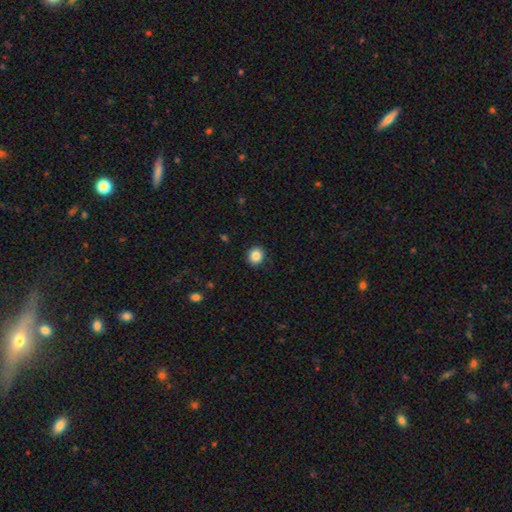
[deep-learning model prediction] smooth_or_featured: smooth (p=0.86) [alt: star or artifact p=0.09]
how_rounded: round (p=0.80) [alt: in between p=0.19]
merging: none (p=0.90) [alt: minor disturbance p=0.07]